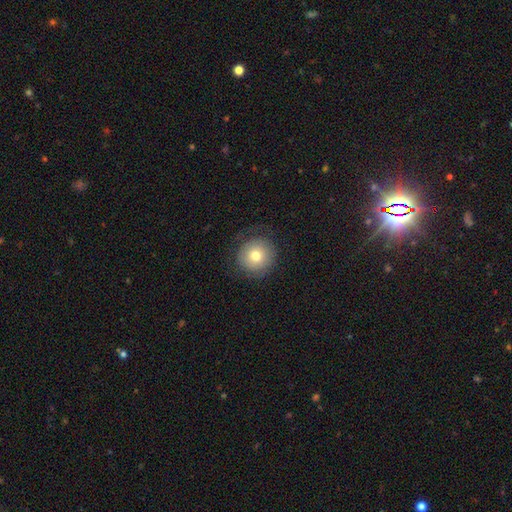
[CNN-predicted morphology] The model was most divided on "smooth or featured": smooth: 70%, featured or disk: 20%, star or artifact: 9%. More confident: how rounded — round (93%); merging — none (77%).